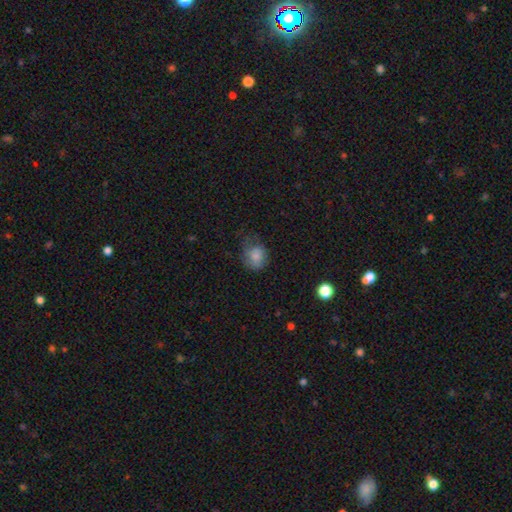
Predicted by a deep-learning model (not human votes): smooth-or-featured: smooth: 77% | featured or disk: 13% | star or artifact: 10%
  how-rounded: round: 57% | in between: 42% | cigar-shaped: 1%
  merging: none: 44% | minor disturbance: 31% | major disturbance: 23% | merger: 2%